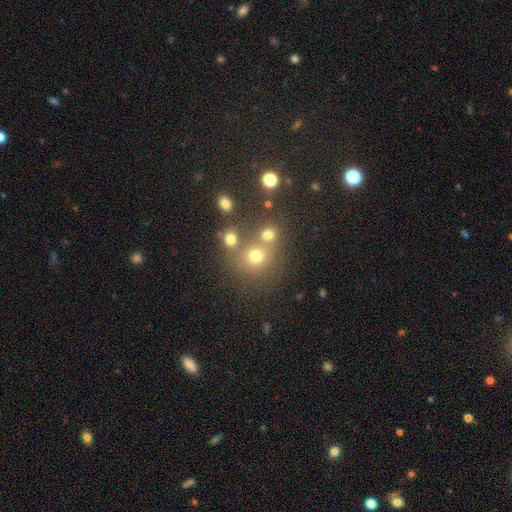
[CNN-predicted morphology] Smooth or featured: smooth — 71% (star or artifact — 19%)
How rounded: round — 83% (in between — 16%)
Merging: none — 55% (merger — 32%)